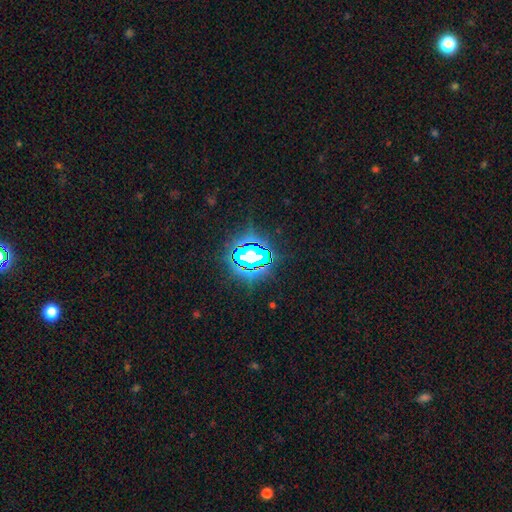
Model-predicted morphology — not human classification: Smooth or featured?
  - star or artifact: 81% *
  - smooth: 12%
  - featured or disk: 7%